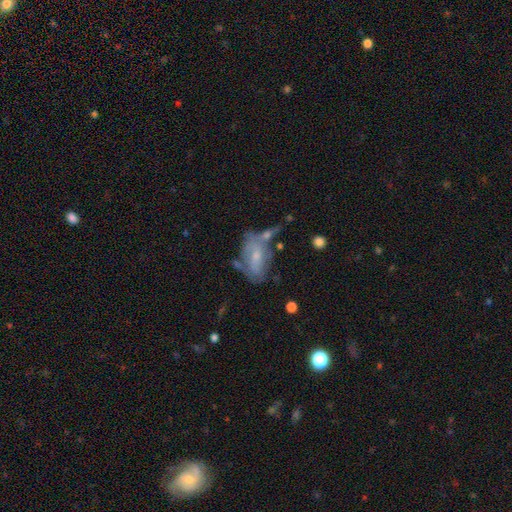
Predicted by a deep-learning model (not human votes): Smooth or featured: featured or disk — 50% (smooth — 41%)
Edge-on disk: no — 89% (yes — 11%)
Merging: none — 42% (minor disturbance — 25%)